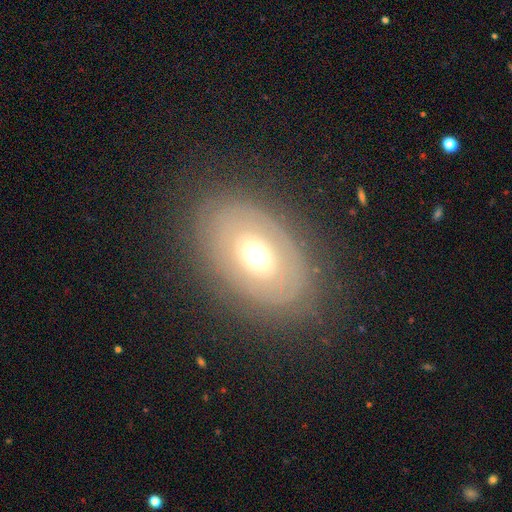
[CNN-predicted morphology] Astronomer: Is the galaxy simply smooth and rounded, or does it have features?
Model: featured or disk — 56% (runner-up: smooth, 37%).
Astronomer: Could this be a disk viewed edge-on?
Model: no — 91%.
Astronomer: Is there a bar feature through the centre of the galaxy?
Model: no — 83%.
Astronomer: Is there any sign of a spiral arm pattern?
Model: no — 72%.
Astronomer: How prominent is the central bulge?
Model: moderate — 68%.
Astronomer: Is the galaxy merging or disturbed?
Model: none — 80%.